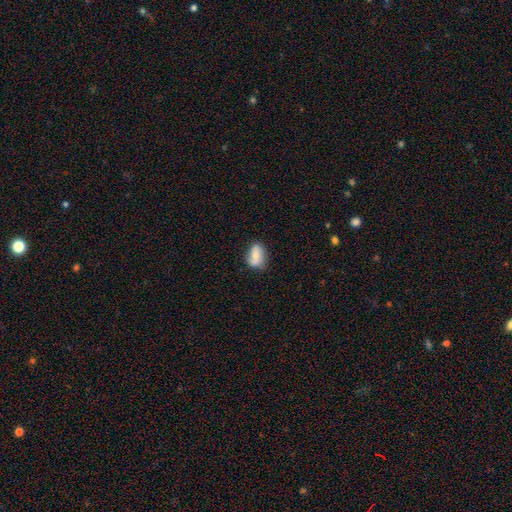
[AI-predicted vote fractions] A smooth galaxy with no disk features (64%) that is in between round and cigar-shaped (82%).

Vote fractions:
- Smooth or featured? smooth: 64% / featured or disk: 28% / star or artifact: 8%
- How rounded? in between: 82% / round: 16% / cigar-shaped: 2%
- Merging? none: 59% / minor disturbance: 27% / merger: 8% / major disturbance: 6%